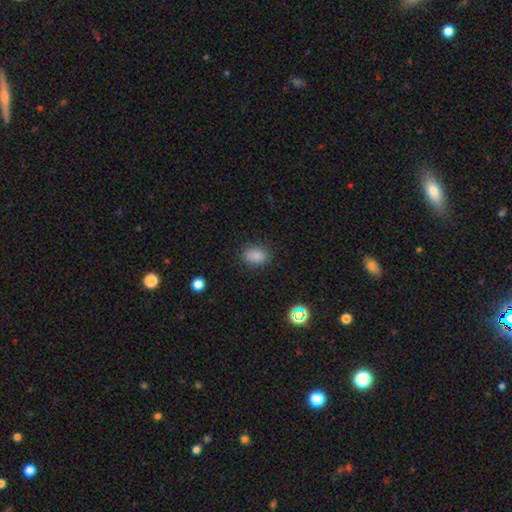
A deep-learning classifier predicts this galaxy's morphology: This appears to be a smooth galaxy with no disk features (85%) that is in between round and cigar-shaped (75%). Merging: none (85%).